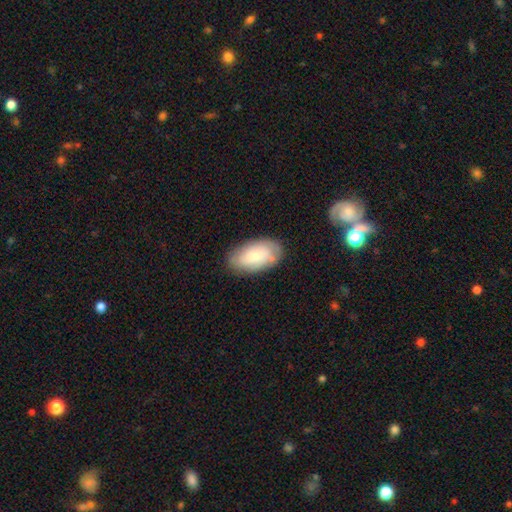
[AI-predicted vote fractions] The model was most divided on "smooth or featured": smooth: 70%, featured or disk: 23%, star or artifact: 7%. More confident: how rounded — in between (95%); merging — none (76%).